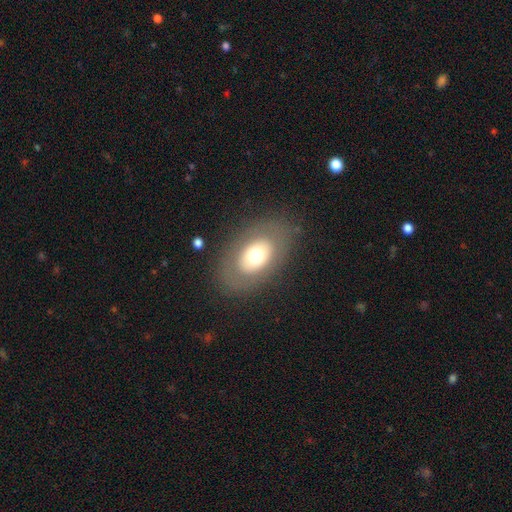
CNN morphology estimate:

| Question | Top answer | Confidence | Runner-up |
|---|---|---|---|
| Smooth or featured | smooth | 57% | featured or disk (34%) |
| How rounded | in between | 82% | round (16%) |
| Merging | none | 82% | minor disturbance (10%) |